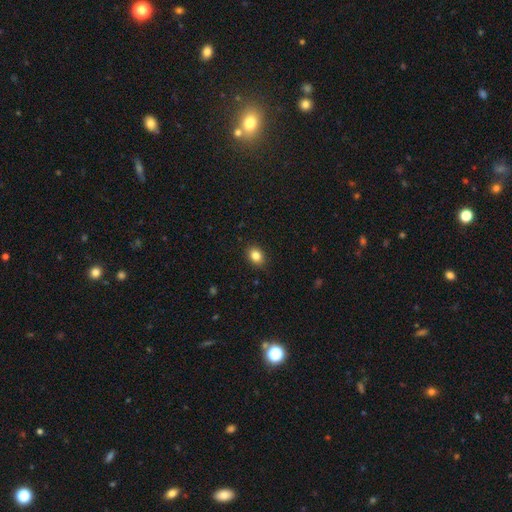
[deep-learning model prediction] A smooth galaxy with no disk features (85%) that is in between round and cigar-shaped (59%).

Vote fractions:
- Smooth or featured? smooth: 85% / star or artifact: 10% / featured or disk: 6%
- How rounded? in between: 59% / round: 40% / cigar-shaped: 1%
- Merging? none: 88% / minor disturbance: 9% / major disturbance: 2% / merger: 1%